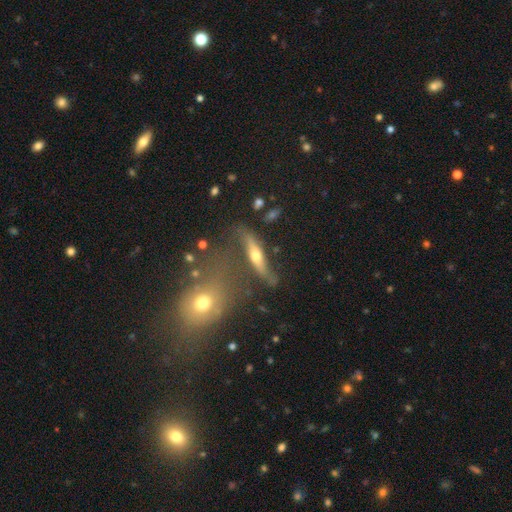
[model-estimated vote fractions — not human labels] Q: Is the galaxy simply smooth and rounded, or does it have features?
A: featured or disk — 62%.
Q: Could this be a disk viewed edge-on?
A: yes — 72%.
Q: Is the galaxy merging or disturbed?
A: none — 54%.